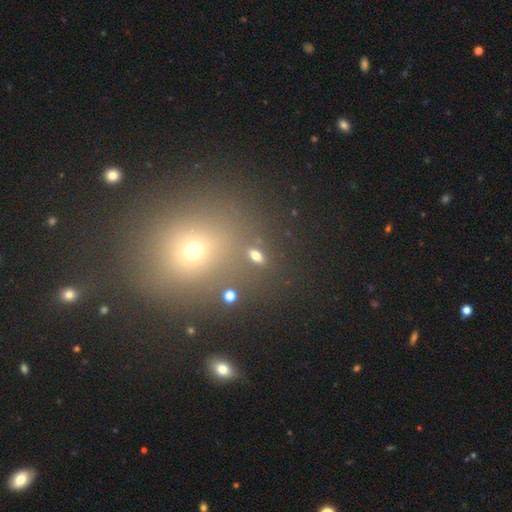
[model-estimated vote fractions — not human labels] smooth-or-featured: smooth: 71% | star or artifact: 20% | featured or disk: 8%
  how-rounded: in between: 78% | round: 17% | cigar-shaped: 5%
  merging: none: 80% | minor disturbance: 9% | merger: 6% | major disturbance: 4%